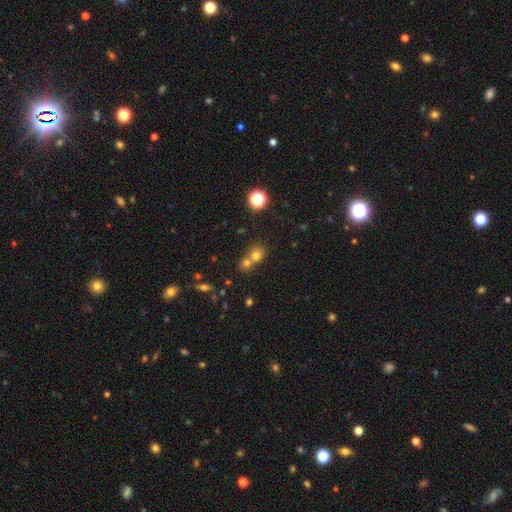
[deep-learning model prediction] A smooth galaxy with no disk features (70%) that is round (79%).

Vote fractions:
- Smooth or featured? smooth: 70% / star or artifact: 19% / featured or disk: 11%
- How rounded? round: 79% / in between: 20% / cigar-shaped: 1%
- Merging? merger: 51% / none: 40% / minor disturbance: 6% / major disturbance: 3%